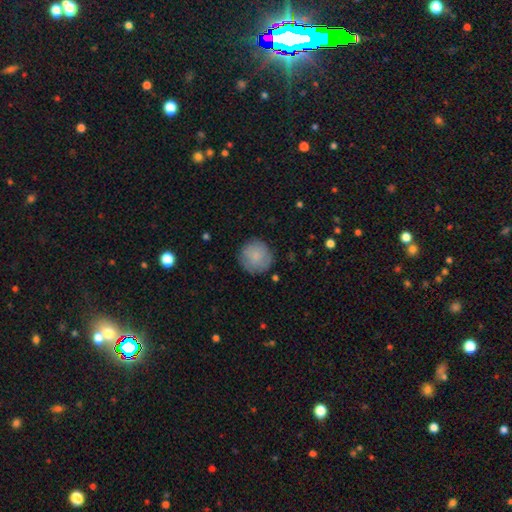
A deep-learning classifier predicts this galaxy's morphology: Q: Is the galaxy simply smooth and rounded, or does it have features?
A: smooth — 81%.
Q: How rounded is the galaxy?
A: round — 95%.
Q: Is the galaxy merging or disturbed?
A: none — 83%.